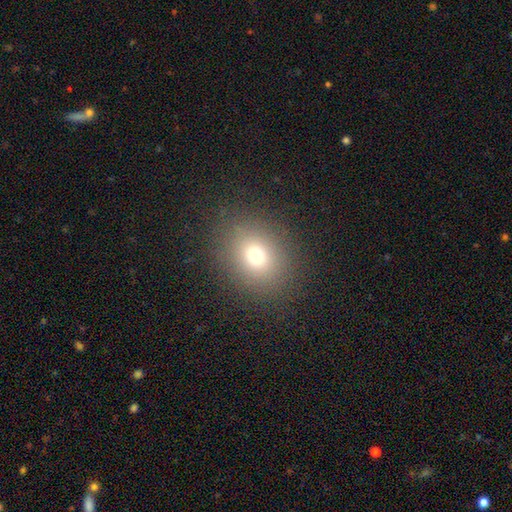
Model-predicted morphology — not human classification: Smooth or featured? Predicted: smooth (p=0.71). How rounded? Predicted: round (p=0.61). Merging? Predicted: none (p=0.85).